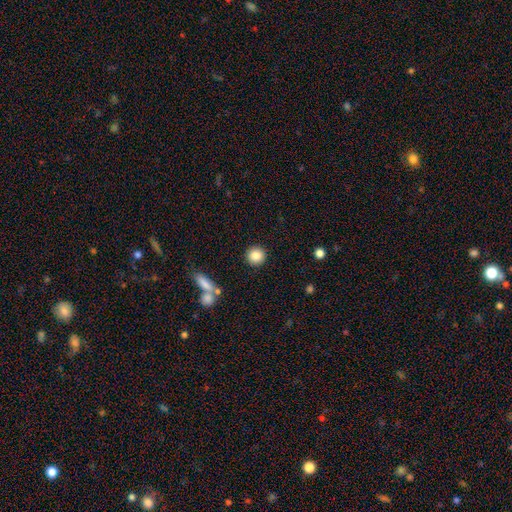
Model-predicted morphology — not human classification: This appears to be a smooth galaxy with no disk features (86%) that is round (92%). Merging: none (89%).